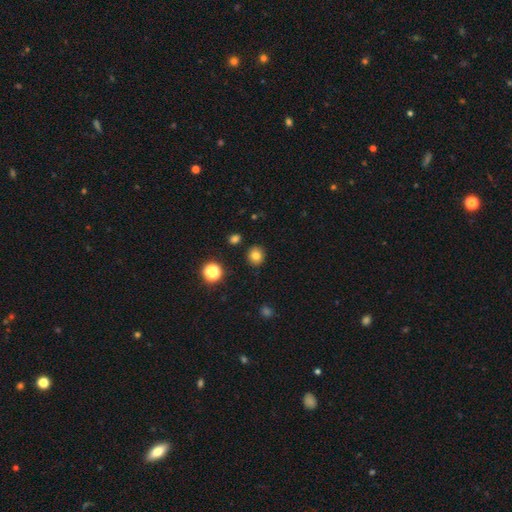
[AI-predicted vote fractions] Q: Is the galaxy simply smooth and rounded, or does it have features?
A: smooth — 79%.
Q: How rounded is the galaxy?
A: round — 86%.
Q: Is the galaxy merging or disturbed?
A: none — 89%.